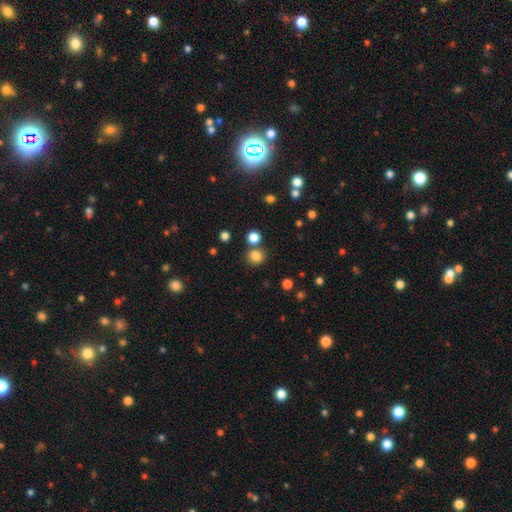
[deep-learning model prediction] Morphology: type=smooth (81%); roundness=round (86%); merging=none (75%).